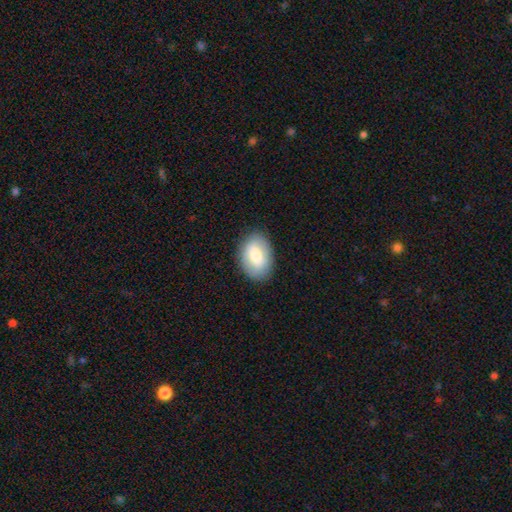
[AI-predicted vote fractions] A smooth galaxy with no disk features (72%) that is in between round and cigar-shaped (86%). Merging: none (86%).